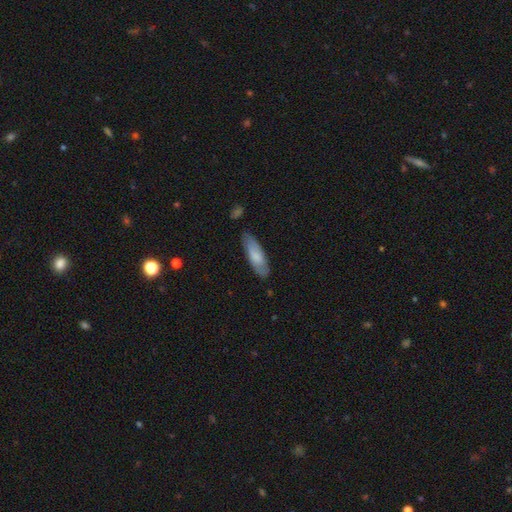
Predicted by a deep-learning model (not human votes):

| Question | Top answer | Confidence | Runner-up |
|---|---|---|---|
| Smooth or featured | smooth | 73% | featured or disk (22%) |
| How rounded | in between | 55% | cigar-shaped (44%) |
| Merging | none | 81% | minor disturbance (15%) |